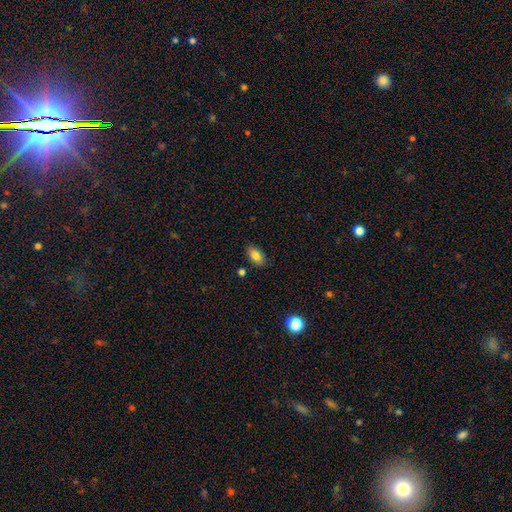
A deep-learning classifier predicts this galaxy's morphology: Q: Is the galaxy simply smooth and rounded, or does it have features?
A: smooth — 82%.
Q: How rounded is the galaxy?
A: in between — 90%.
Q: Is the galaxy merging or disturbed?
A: none — 82%.